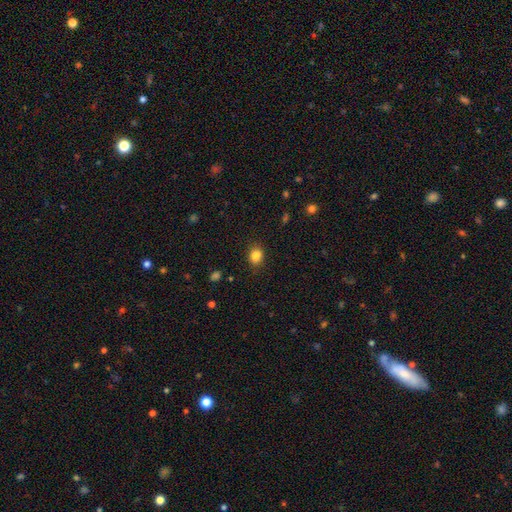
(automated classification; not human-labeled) Morphology: type=smooth (85%); roundness=round (54%); merging=none (84%).